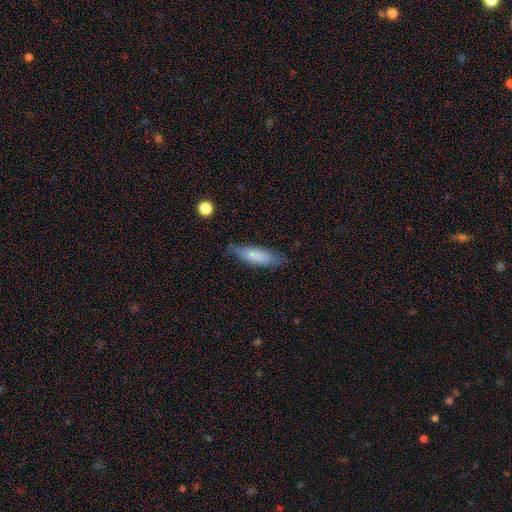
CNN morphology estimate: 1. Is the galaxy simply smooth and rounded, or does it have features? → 74% smooth, 19% featured or disk, 6% star or artifact.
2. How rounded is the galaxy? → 51% in between, 47% cigar-shaped, 2% round.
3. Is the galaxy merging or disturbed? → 70% none, 23% minor disturbance, 5% major disturbance, 2% merger.